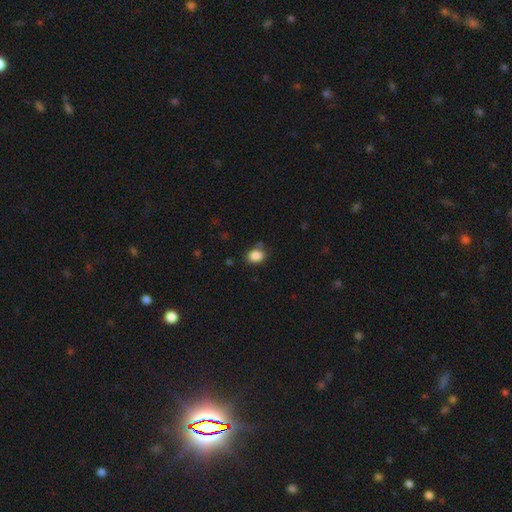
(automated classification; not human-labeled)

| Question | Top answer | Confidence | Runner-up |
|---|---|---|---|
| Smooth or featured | smooth | 86% | star or artifact (10%) |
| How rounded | in between | 51% | round (49%) |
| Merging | none | 78% | minor disturbance (14%) |